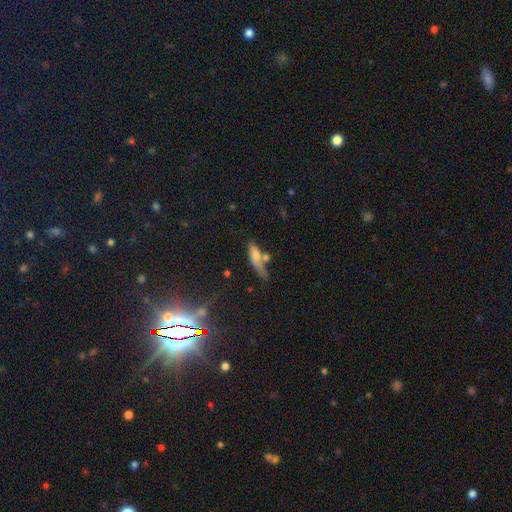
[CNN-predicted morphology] A smooth galaxy with no disk features (63%) that is cigar-shaped (62%). Merging: none (44%).